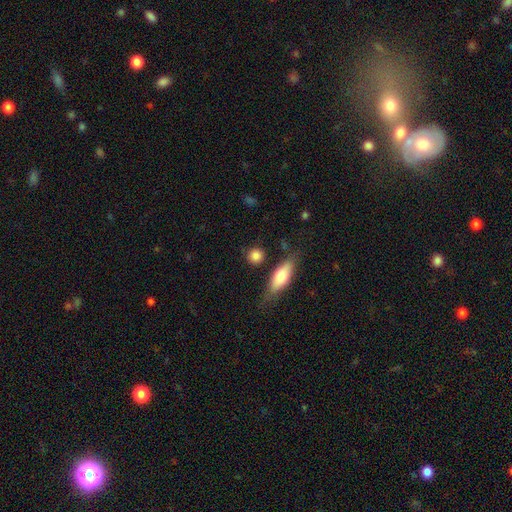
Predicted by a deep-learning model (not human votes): smooth 84%, featured or disk 8%, star or artifact 8%. Down the decision tree: how rounded — round (78%); merging — none (78%).